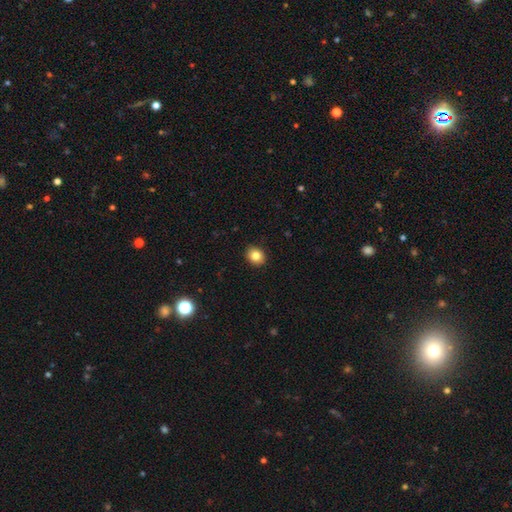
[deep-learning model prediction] Morphology: type=smooth (83%); roundness=round (61%); merging=none (91%).